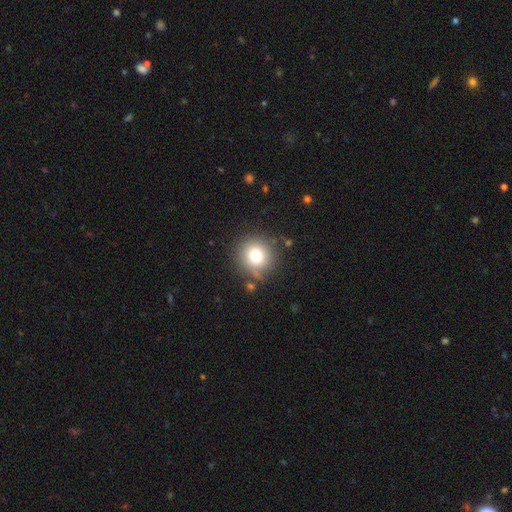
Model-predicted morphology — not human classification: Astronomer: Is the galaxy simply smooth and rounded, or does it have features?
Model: smooth — 77%.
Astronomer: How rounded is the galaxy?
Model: round — 93%.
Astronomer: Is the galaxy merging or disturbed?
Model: none — 83%.